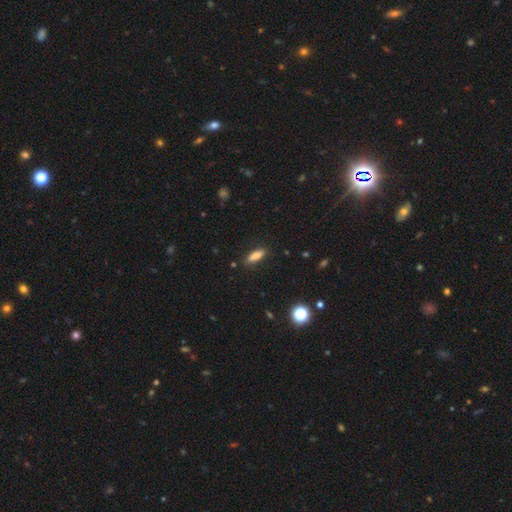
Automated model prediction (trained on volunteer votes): Morphology: type=smooth (80%); roundness=in between (55%); merging=none (85%).